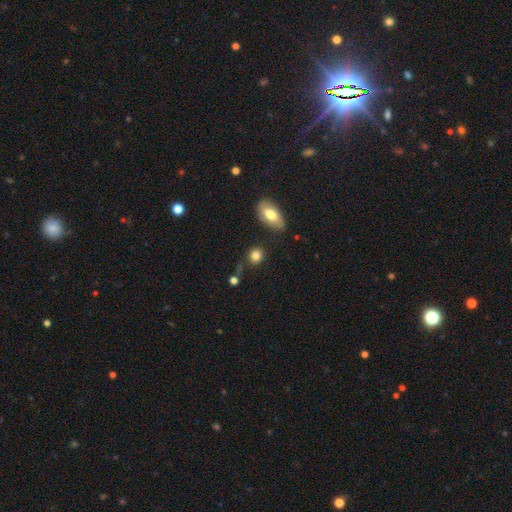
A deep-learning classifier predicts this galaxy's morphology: The model was most divided on "how rounded": round: 75%, in between: 23%, cigar-shaped: 2%. More confident: smooth or featured — smooth (83%); merging — none (74%).